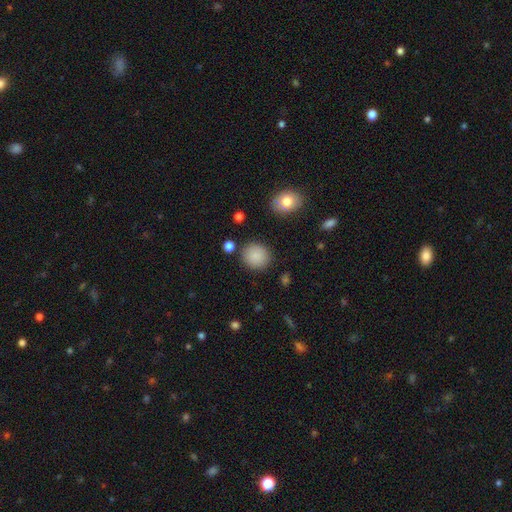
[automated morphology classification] Q: Smooth or featured?
A: smooth (86%); runner-up: star or artifact (9%)
Q: How rounded?
A: round (88%); runner-up: in between (11%)
Q: Merging?
A: none (87%); runner-up: minor disturbance (8%)